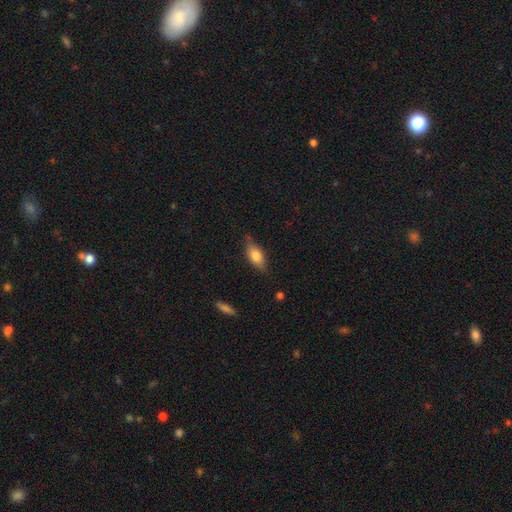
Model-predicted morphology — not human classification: This appears to be a smooth galaxy with no disk features (69%) that is in between round and cigar-shaped (78%). Merging: none (71%).